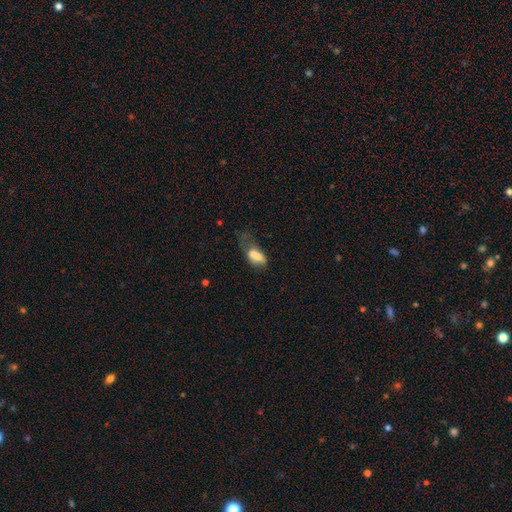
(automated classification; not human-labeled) smooth 66%, featured or disk 24%, star or artifact 10%. Down the decision tree: how rounded — in between (83%); merging — major disturbance (34%).